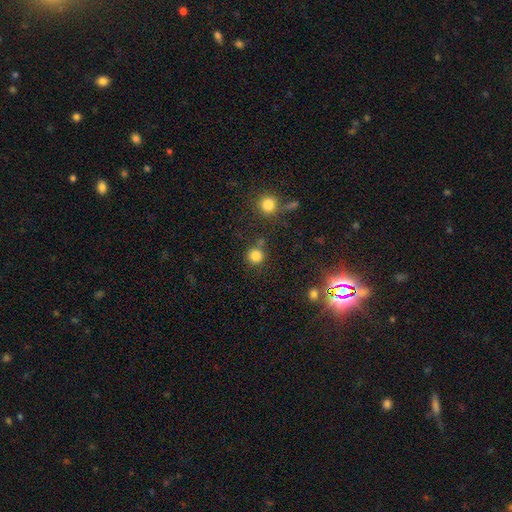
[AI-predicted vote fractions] This appears to be a smooth galaxy with no disk features (82%) that is round (93%). Merging: none (77%).